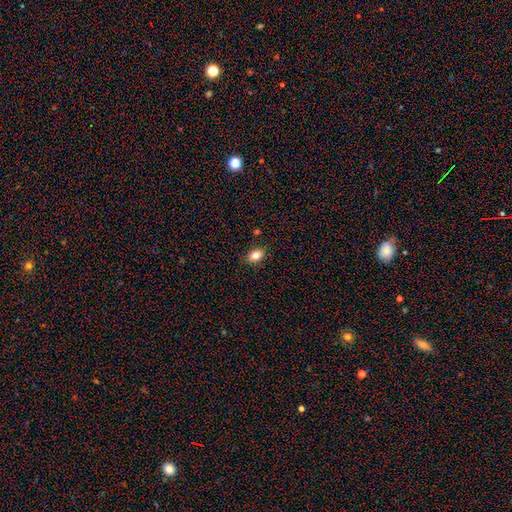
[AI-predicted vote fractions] Overall: smooth (81%). How rounded: in between (76%). Merging: none (86%).